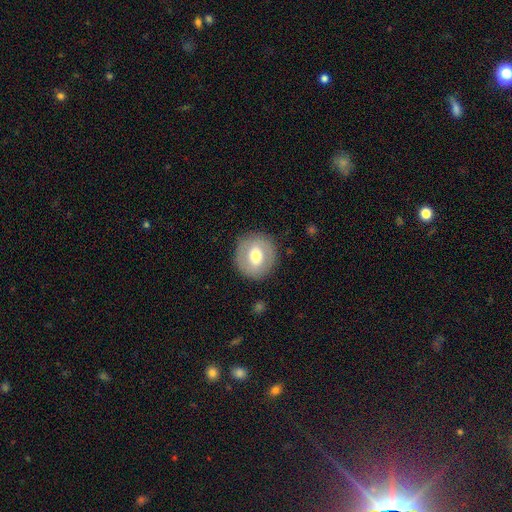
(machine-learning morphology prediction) This appears to be a smooth galaxy with no disk features (53%) that is round (87%). Merging: none (87%).